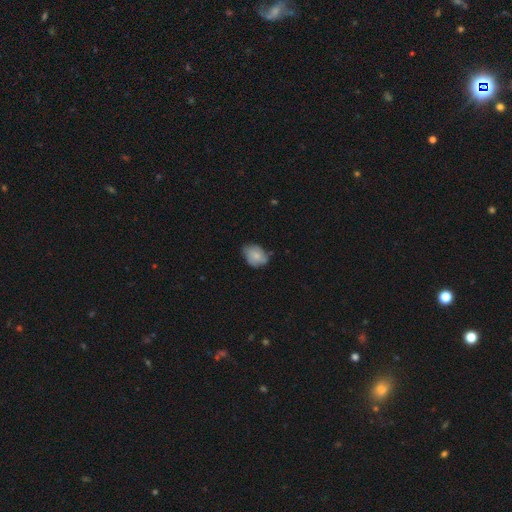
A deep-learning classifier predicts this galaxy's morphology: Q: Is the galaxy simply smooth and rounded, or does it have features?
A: smooth — 68%.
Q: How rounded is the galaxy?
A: in between — 62%.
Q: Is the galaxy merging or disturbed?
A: none — 49%.